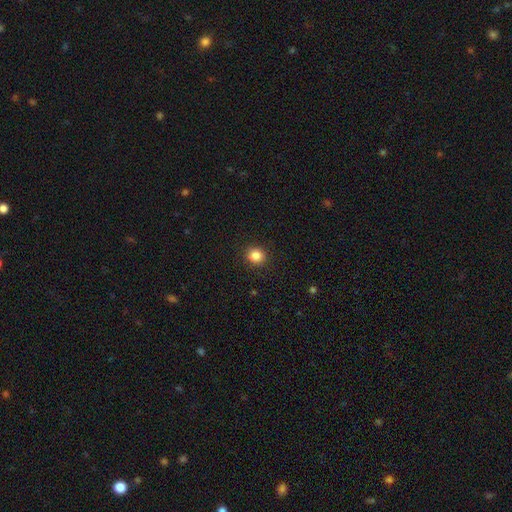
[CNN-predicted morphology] Overall: smooth (85%). How rounded: round (85%). Merging: none (91%).